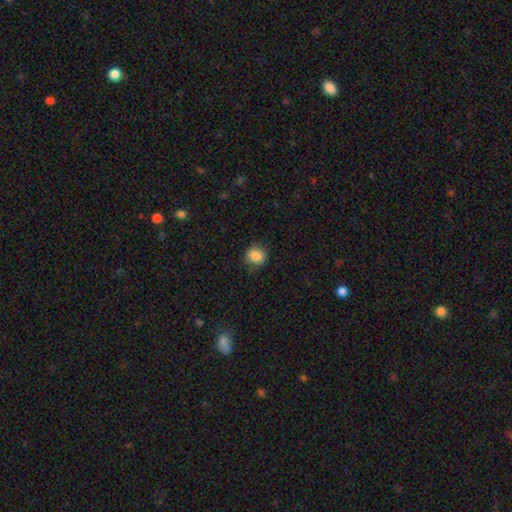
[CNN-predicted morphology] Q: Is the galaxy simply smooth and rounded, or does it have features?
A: smooth — 86%.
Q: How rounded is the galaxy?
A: round — 80%.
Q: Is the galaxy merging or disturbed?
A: none — 81%.